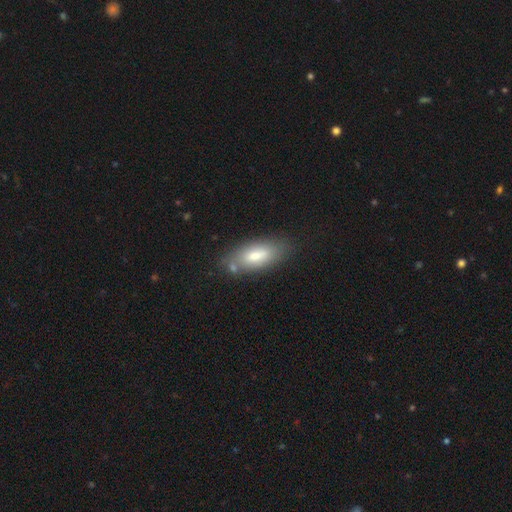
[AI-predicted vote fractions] smooth_or_featured: smooth (p=0.72) [alt: featured or disk p=0.21]
how_rounded: in between (p=0.78) [alt: cigar-shaped p=0.19]
merging: none (p=0.70) [alt: minor disturbance p=0.17]